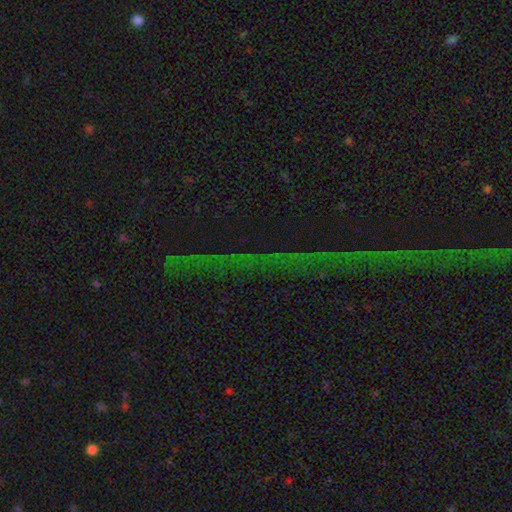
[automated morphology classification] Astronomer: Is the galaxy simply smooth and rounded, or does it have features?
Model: star or artifact — 74%.